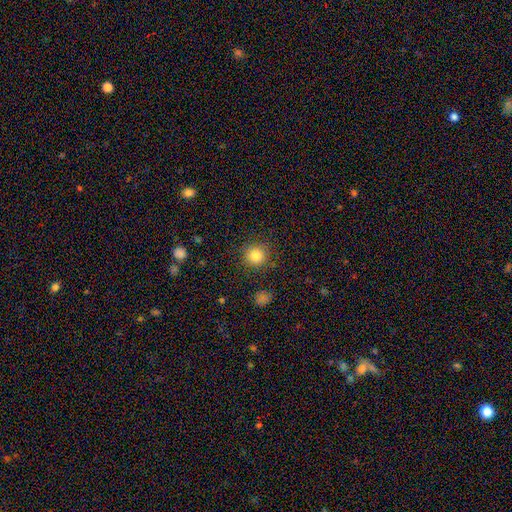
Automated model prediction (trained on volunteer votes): smooth_or_featured: smooth (p=0.83) [alt: star or artifact p=0.11]
how_rounded: round (p=0.93) [alt: in between p=0.06]
merging: none (p=0.88) [alt: minor disturbance p=0.07]